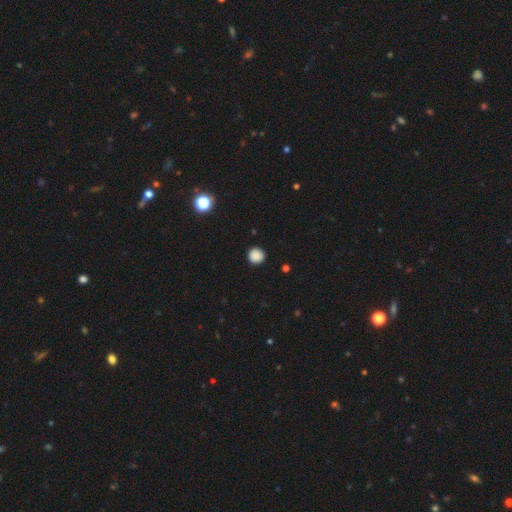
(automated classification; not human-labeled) Smooth or featured: smooth — 87% (star or artifact — 10%)
How rounded: round — 94% (in between — 5%)
Merging: none — 92% (minor disturbance — 6%)